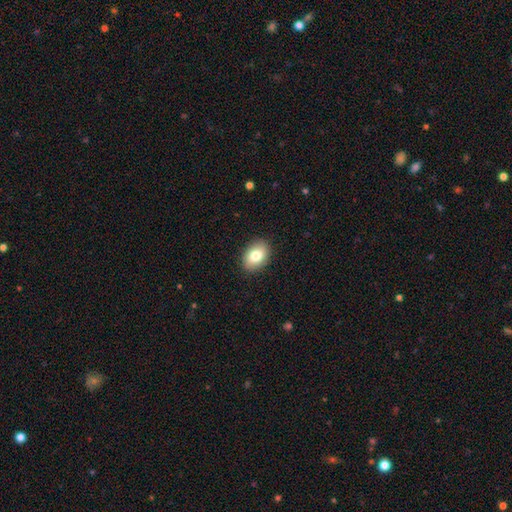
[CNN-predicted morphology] type=smooth (81%); roundness=in between (82%); merging=none (89%).